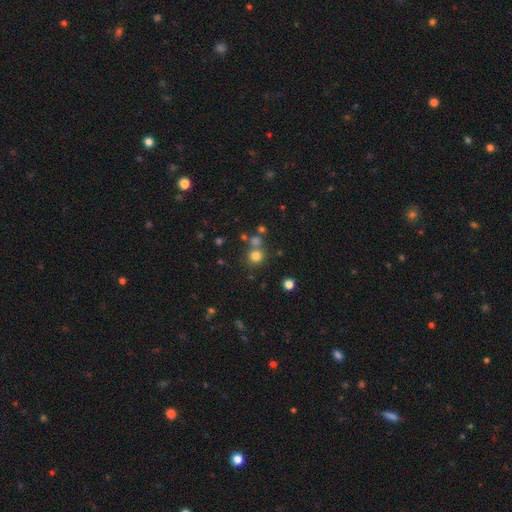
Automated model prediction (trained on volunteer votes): The model was most divided on "merging": none: 69%, merger: 19%, minor disturbance: 8%, major disturbance: 4%. More confident: how rounded — round (90%); smooth or featured — smooth (76%).